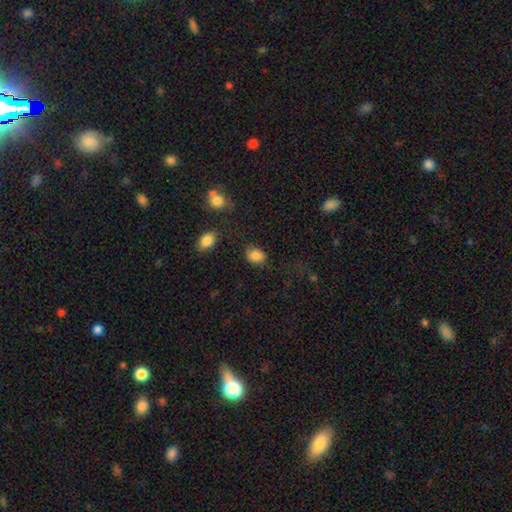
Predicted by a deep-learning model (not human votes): Smooth or featured: smooth — 86% (star or artifact — 9%)
How rounded: in between — 56% (round — 43%)
Merging: none — 76% (minor disturbance — 16%)